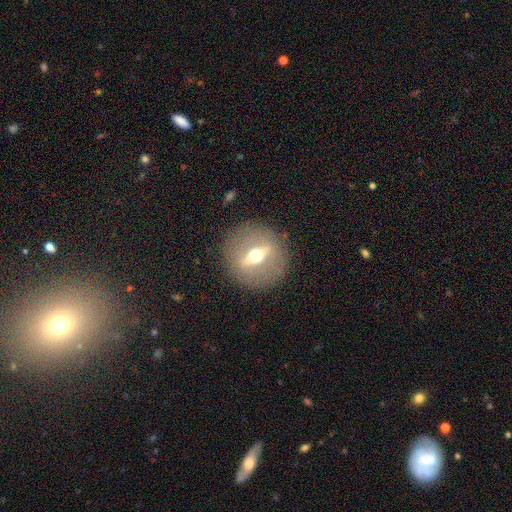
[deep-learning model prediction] Smooth or featured? featured or disk (73%)
Edge-on disk? yes (52%)
Merging? none (88%)